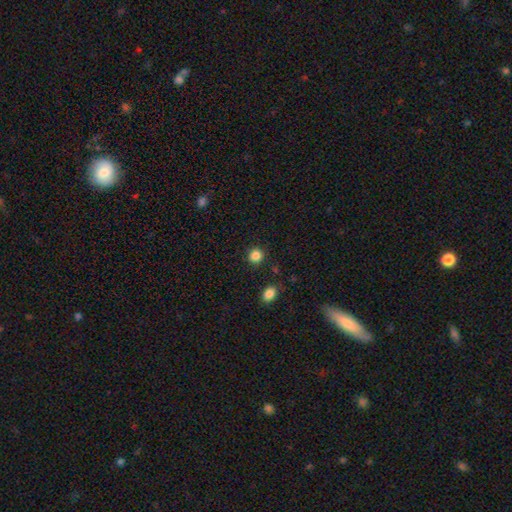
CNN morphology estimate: A smooth galaxy with no disk features (86%) that is round (89%).

Vote fractions:
- Smooth or featured? smooth: 86% / star or artifact: 11% / featured or disk: 4%
- How rounded? round: 89% / in between: 10% / cigar-shaped: 1%
- Merging? none: 89% / minor disturbance: 6% / merger: 3% / major disturbance: 2%